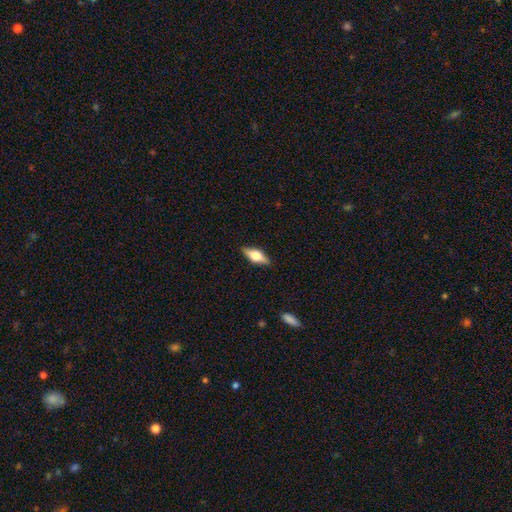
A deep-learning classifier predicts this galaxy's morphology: Overall: smooth (53%; featured or disk 41%). How rounded: in between (71%). Merging: none (88%).